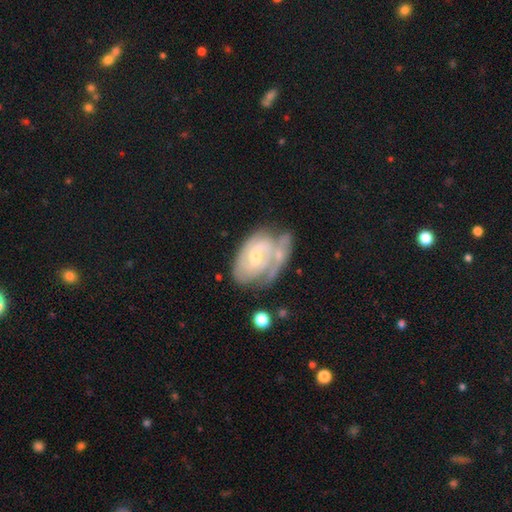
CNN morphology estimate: Smooth or featured? featured or disk (82%)
Edge-on disk? no (96%)
Bar? weak (48%)
Spiral arms? yes (90%)
Spiral winding? tight (60%)
Spiral arm count? 2 (46%)
Bulge size? moderate (59%)
Merging? none (39%)